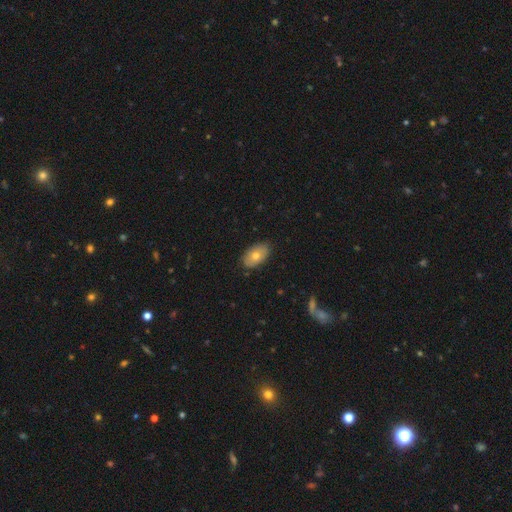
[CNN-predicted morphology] Smooth or featured? Predicted: smooth (p=0.70). How rounded? Predicted: in between (p=0.91). Merging? Predicted: none (p=0.83).